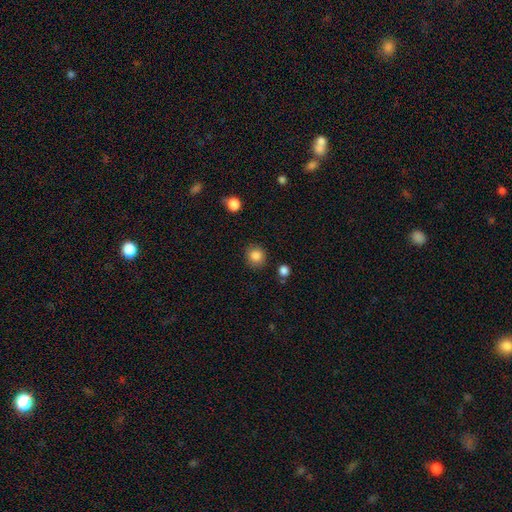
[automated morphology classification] Smooth or featured: smooth — 86% (star or artifact — 10%)
How rounded: round — 87% (in between — 12%)
Merging: none — 85% (minor disturbance — 10%)